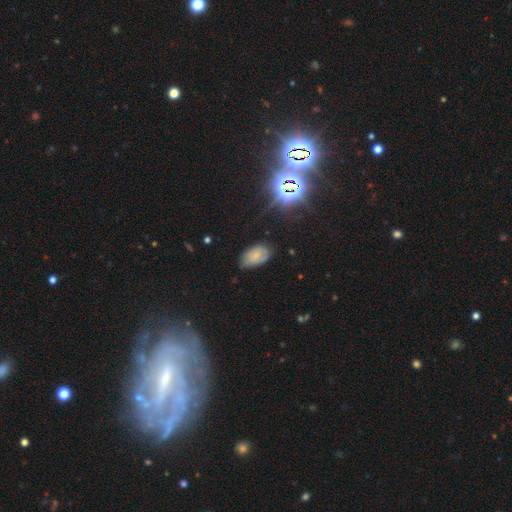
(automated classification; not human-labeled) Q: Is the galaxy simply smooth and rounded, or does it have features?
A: smooth — 61%.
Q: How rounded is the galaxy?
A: in between — 92%.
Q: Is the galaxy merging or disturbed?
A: none — 68%.